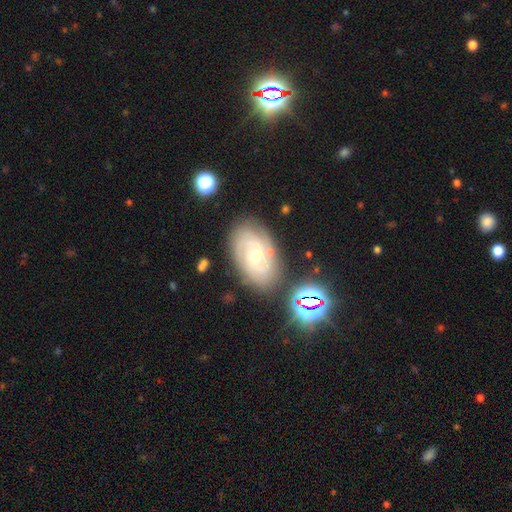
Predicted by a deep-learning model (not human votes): Smooth or featured? Predicted: featured or disk (p=0.73). Edge-on disk? Predicted: no (p=0.95). Bar? Predicted: no (p=0.71). Spiral arms? Predicted: yes (p=0.90). Spiral winding? Predicted: tight (p=0.65). Spiral arm count? Predicted: can't tell (p=0.36). Bulge size? Predicted: moderate (p=0.57). Merging? Predicted: none (p=0.75).